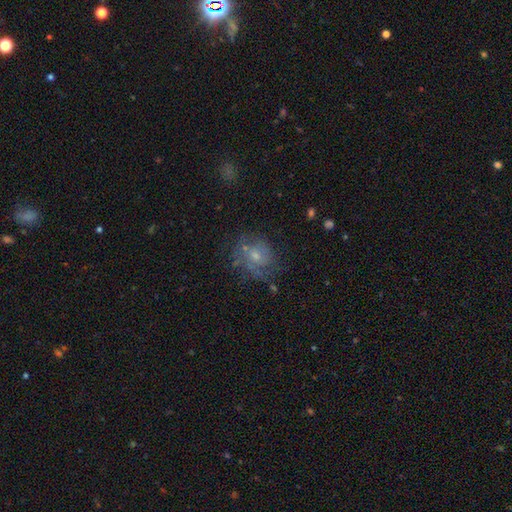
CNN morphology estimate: Q: Smooth or featured?
A: featured or disk (57%); runner-up: smooth (28%)
Q: Edge-on disk?
A: no (97%); runner-up: yes (3%)
Q: Bar?
A: no (68%); runner-up: weak (28%)
Q: Spiral arms?
A: yes (76%); runner-up: no (24%)
Q: Bulge size?
A: small (50%); runner-up: moderate (41%)
Q: Merging?
A: none (64%); runner-up: minor disturbance (20%)